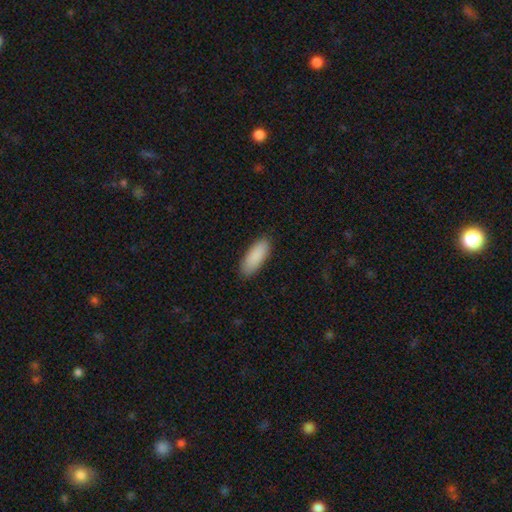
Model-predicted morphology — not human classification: A smooth galaxy with no disk features (90%) that is in between round and cigar-shaped (78%). Merging: none (88%).